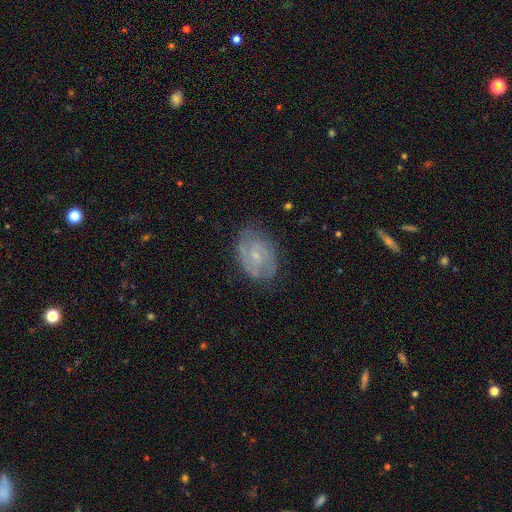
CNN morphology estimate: This is likely a featured or disk galaxy (77%). It is clearly not viewed edge-on (97%). Bar: possibly no (55%). Spiral arm pattern: clearly yes (91%). Spiral arm count: likely 2 (64%). Spiral winding: possibly tight (45%). Central bulge: likely small (75%). Merging: likely none (75%).